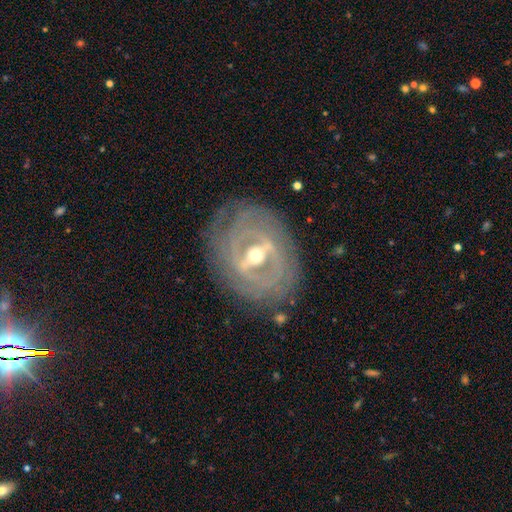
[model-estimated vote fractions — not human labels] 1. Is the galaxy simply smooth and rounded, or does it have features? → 87% featured or disk, 8% smooth, 5% star or artifact.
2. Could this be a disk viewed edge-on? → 91% no, 9% yes.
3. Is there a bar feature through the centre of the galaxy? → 68% strong, 23% weak, 8% no.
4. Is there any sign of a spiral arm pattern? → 72% yes, 28% no.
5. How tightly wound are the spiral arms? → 73% tight, 19% medium, 7% loose.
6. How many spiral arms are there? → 46% can't tell, 25% 2, 11% 3, 7% 4, 5% more than 4, 5% 1.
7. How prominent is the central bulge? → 63% moderate, 32% small, 4% large, 1% dominant, 1% none.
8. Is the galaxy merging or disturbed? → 78% none, 14% minor disturbance, 7% major disturbance, 1% merger.